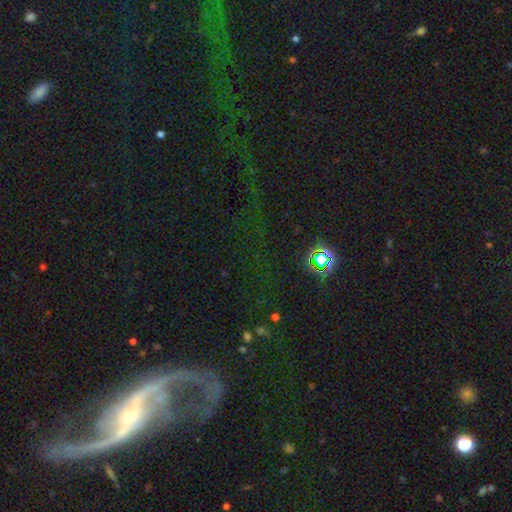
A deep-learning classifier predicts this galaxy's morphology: A featured or disk galaxy (43%). Merging: none (49%).